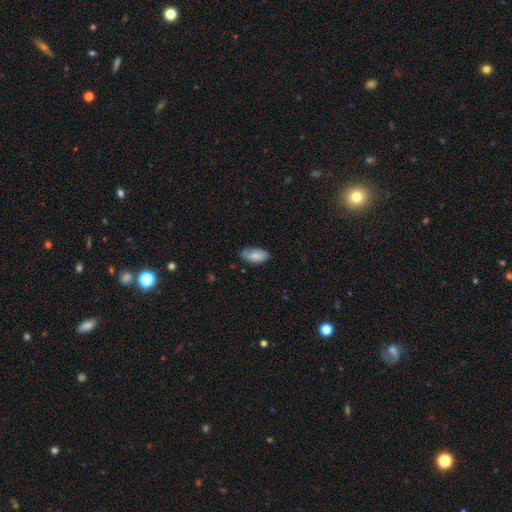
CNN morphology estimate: smooth_or_featured: smooth (p=0.77) [alt: featured or disk p=0.17]
how_rounded: in between (p=0.94) [alt: cigar-shaped p=0.03]
merging: none (p=0.70) [alt: minor disturbance p=0.25]